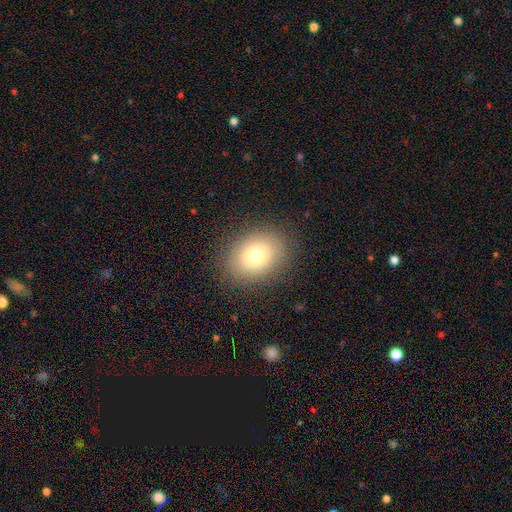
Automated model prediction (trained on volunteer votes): smooth-or-featured: smooth: 75% | featured or disk: 13% | star or artifact: 12%
  how-rounded: in between: 57% | round: 43% | cigar-shaped: 1%
  merging: none: 87% | minor disturbance: 9% | major disturbance: 3% | merger: 1%